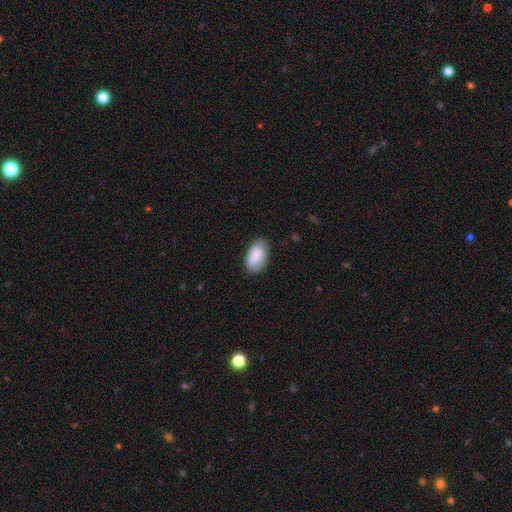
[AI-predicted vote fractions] A smooth galaxy with no disk features (87%) that is in between round and cigar-shaped (94%).

Vote fractions:
- Smooth or featured? smooth: 87% / featured or disk: 7% / star or artifact: 6%
- How rounded? in between: 94% / round: 4% / cigar-shaped: 2%
- Merging? none: 77% / minor disturbance: 18% / major disturbance: 4% / merger: 1%